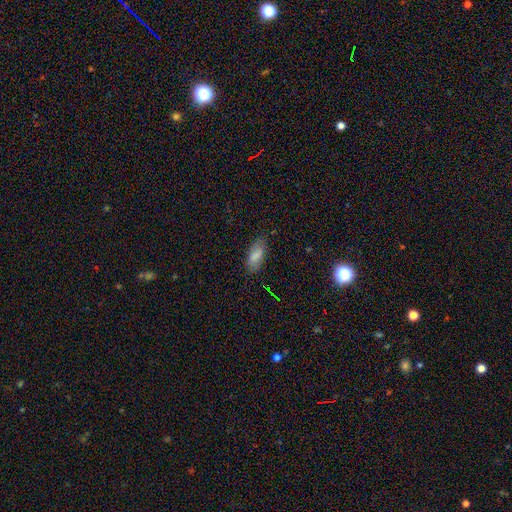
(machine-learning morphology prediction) A smooth galaxy with no disk features (80%) that is in between round and cigar-shaped (83%).

Vote fractions:
- Smooth or featured? smooth: 80% / featured or disk: 12% / star or artifact: 8%
- How rounded? in between: 83% / cigar-shaped: 14% / round: 2%
- Merging? none: 77% / minor disturbance: 17% / major disturbance: 4% / merger: 1%